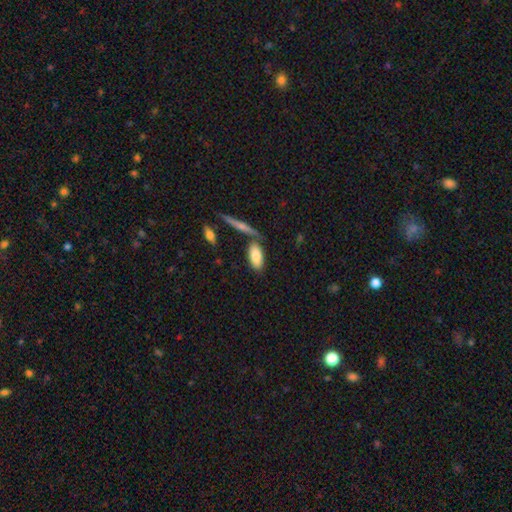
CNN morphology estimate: The model was most divided on "merging": none: 65%, merger: 16%, minor disturbance: 15%, major disturbance: 4%. More confident: how rounded — in between (86%); smooth or featured — smooth (81%).